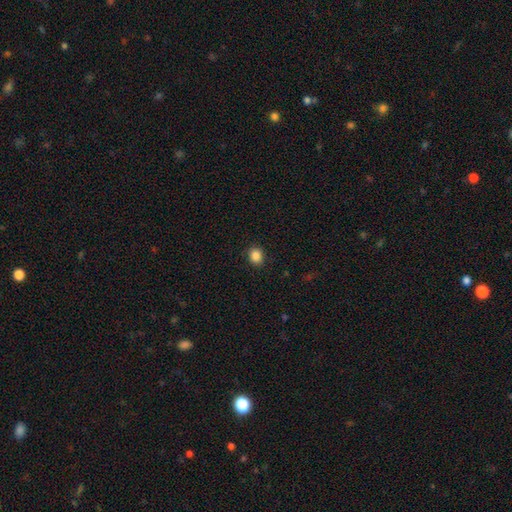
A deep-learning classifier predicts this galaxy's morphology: smooth 86%, star or artifact 10%, featured or disk 4%. Down the decision tree: how rounded — round (69%); merging — none (90%).